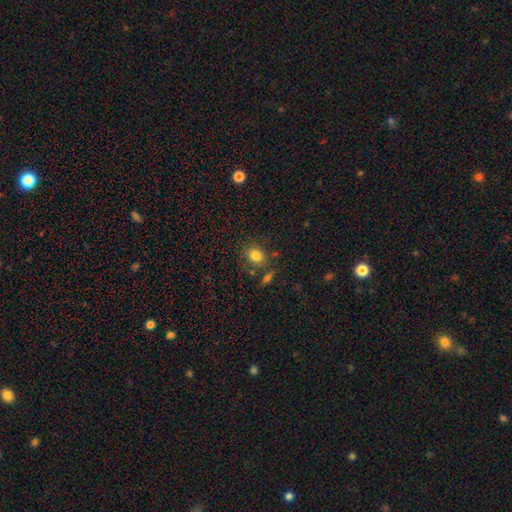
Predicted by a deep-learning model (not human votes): A smooth galaxy with no disk features (81%) that is round (65%). Merging: none (74%).